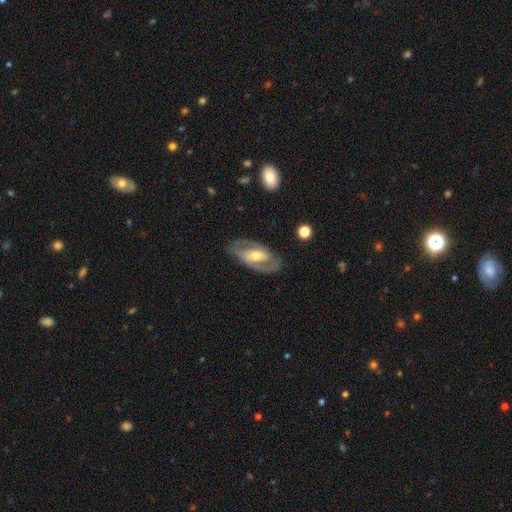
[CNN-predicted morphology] The model was most divided on "bar": weak: 37%, strong: 36%, no: 27%. Remaining: edge-on disk — no (93%); spiral arm count — 2 (83%); merging — none (81%); smooth or featured — featured or disk (77%); spiral arms — yes (76%); bulge size — moderate (64%); spiral winding — medium (46%).